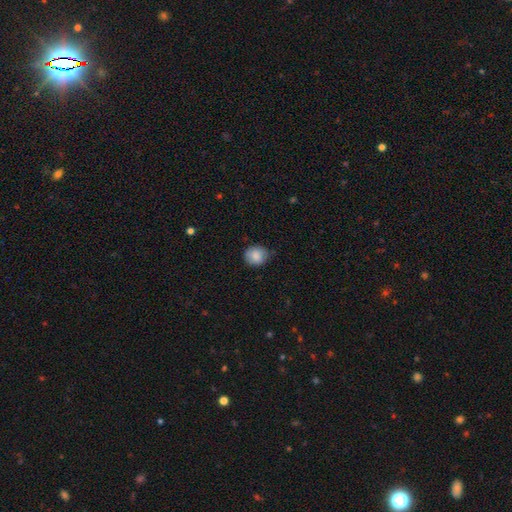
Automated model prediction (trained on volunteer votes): Smooth or featured: smooth — 85% (star or artifact — 8%)
How rounded: round — 78% (in between — 21%)
Merging: none — 78% (minor disturbance — 18%)